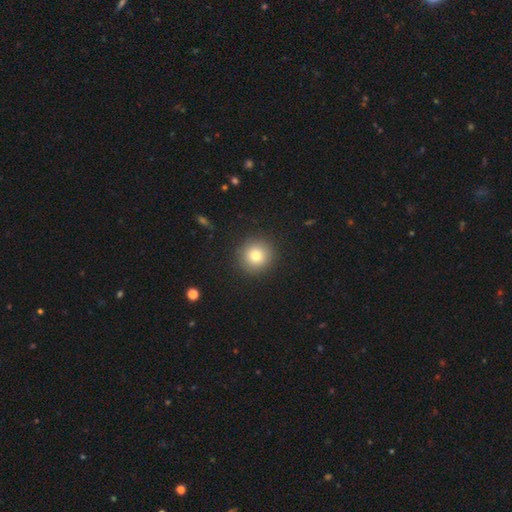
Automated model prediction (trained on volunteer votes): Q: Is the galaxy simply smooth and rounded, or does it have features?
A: smooth — 78%.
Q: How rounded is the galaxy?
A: round — 94%.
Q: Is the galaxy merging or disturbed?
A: none — 91%.